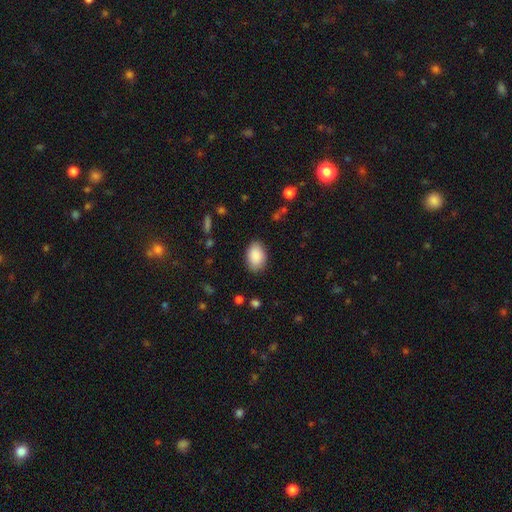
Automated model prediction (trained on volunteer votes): A smooth galaxy with no disk features (89%) that is in between round and cigar-shaped (89%).

Vote fractions:
- Smooth or featured? smooth: 89% / star or artifact: 6% / featured or disk: 4%
- How rounded? in between: 89% / round: 10% / cigar-shaped: 1%
- Merging? none: 84% / minor disturbance: 12% / major disturbance: 3% / merger: 1%